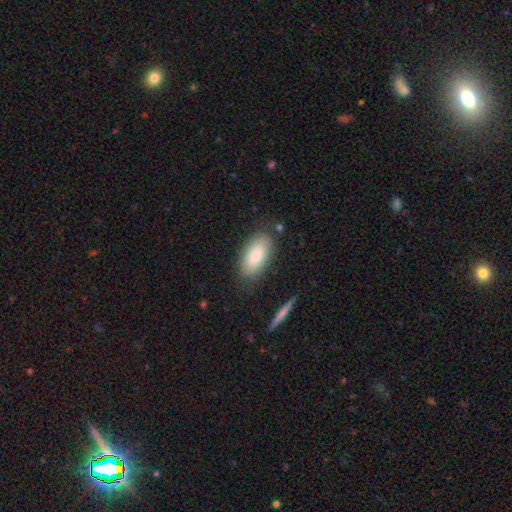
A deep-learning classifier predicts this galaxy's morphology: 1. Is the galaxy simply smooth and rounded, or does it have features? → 78% smooth, 15% featured or disk, 7% star or artifact.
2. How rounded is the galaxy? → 93% in between, 3% round, 3% cigar-shaped.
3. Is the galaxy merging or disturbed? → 80% none, 13% minor disturbance, 4% major disturbance, 3% merger.